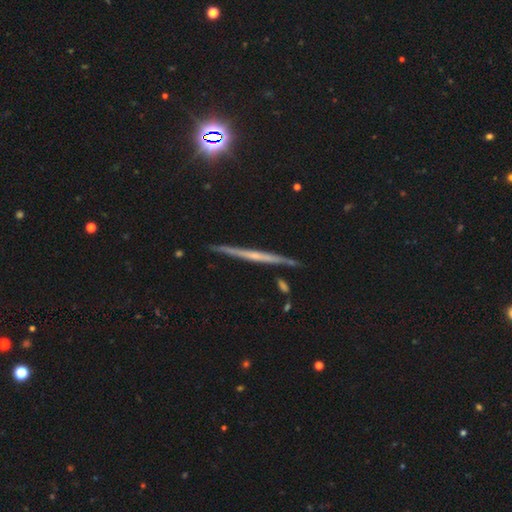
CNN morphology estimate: This appears to be a featured or disk galaxy (68%) viewed edge-on (97%) with no central bulge (63%). Merging: none (88%).